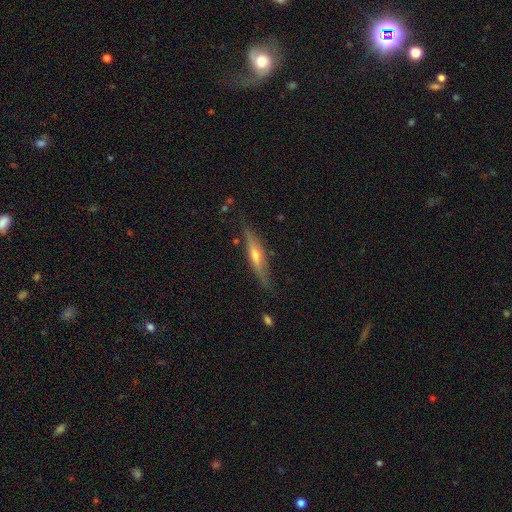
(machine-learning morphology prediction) smooth-or-featured: featured or disk: 56% | smooth: 37% | star or artifact: 6%
  disk-edge-on: yes: 91% | no: 9%
    edge-on-bulge: rounded: 77% | none: 15% | boxy: 9%
  merging: none: 78% | minor disturbance: 16% | major disturbance: 4% | merger: 2%